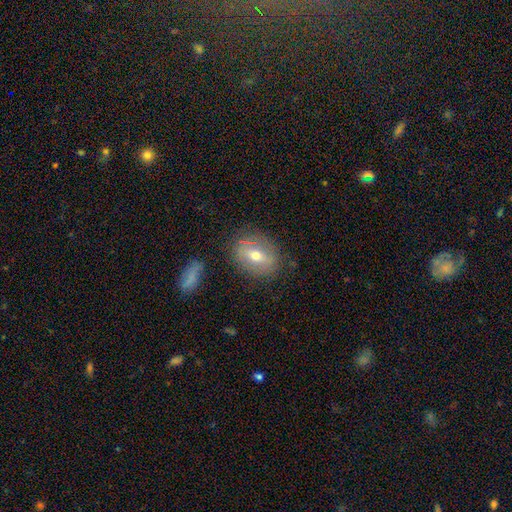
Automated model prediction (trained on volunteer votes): Smooth or featured: smooth — 52% (featured or disk — 39%)
How rounded: in between — 64% (round — 34%)
Merging: none — 78% (minor disturbance — 15%)